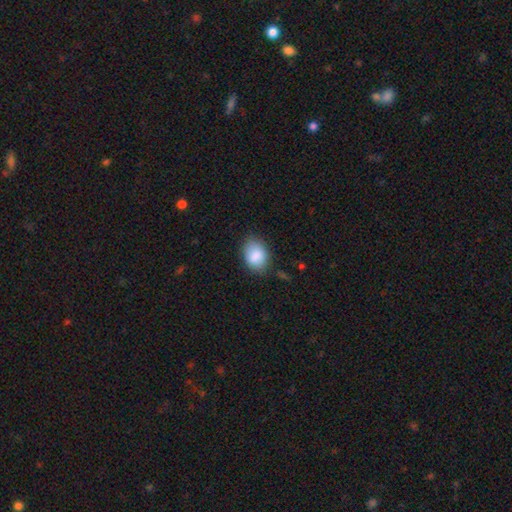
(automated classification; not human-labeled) smooth_or_featured: smooth (p=0.87) [alt: star or artifact p=0.07]
how_rounded: in between (p=0.74) [alt: round p=0.25]
merging: none (p=0.76) [alt: minor disturbance p=0.18]